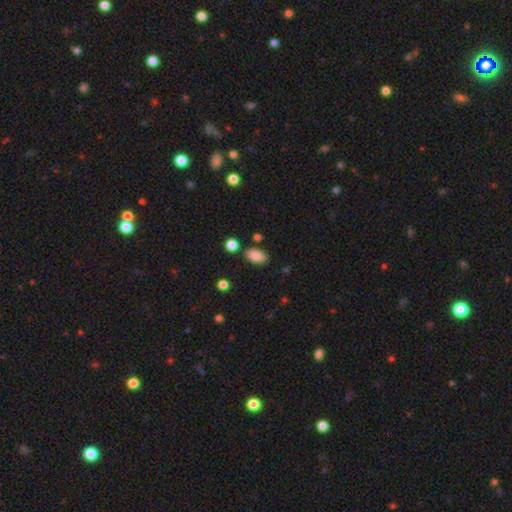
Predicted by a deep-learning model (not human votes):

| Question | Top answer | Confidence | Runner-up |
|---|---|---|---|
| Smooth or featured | smooth | 87% | star or artifact (9%) |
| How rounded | in between | 91% | round (7%) |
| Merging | none | 81% | minor disturbance (11%) |